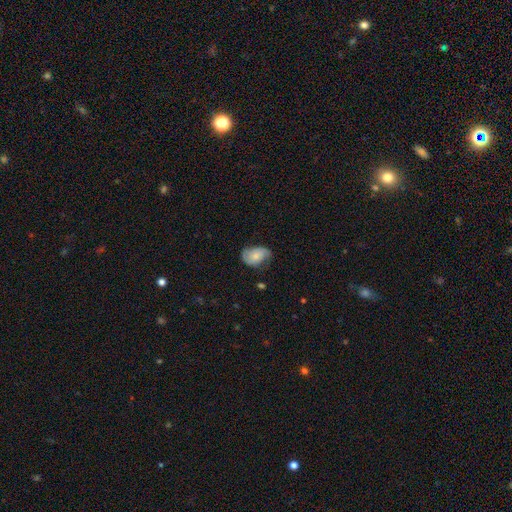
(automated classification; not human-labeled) The model was most divided on "smooth or featured": smooth: 55%, featured or disk: 37%, star or artifact: 7%. More confident: how rounded — in between (83%); merging — none (55%).